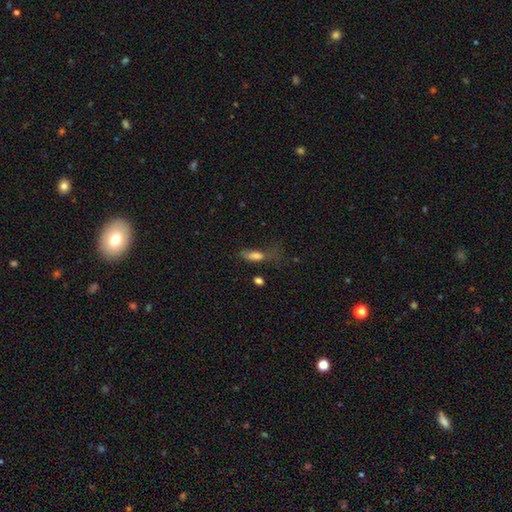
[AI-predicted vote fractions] Q: Smooth or featured?
A: smooth (75%); runner-up: featured or disk (14%)
Q: How rounded?
A: in between (69%); runner-up: cigar-shaped (26%)
Q: Merging?
A: major disturbance (35%); runner-up: none (31%)